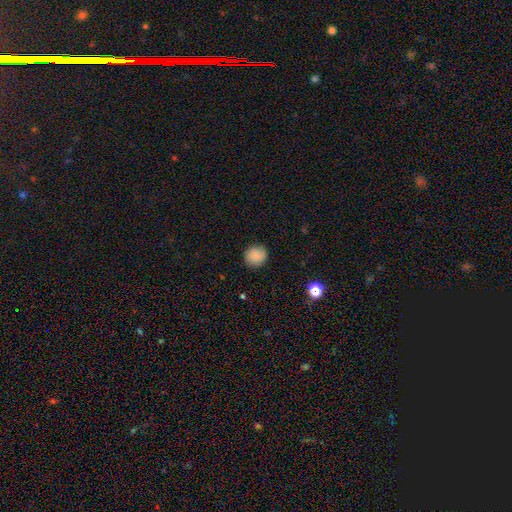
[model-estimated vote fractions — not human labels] This is clearly a smooth galaxy (85%). How rounded: clearly round (92%). Merging: clearly none (87%).